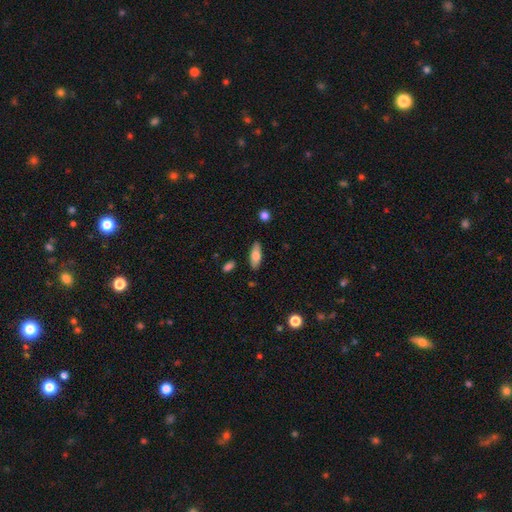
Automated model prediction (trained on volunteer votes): A smooth galaxy with no disk features (73%) that is in between round and cigar-shaped (71%).

Vote fractions:
- Smooth or featured? smooth: 73% / featured or disk: 20% / star or artifact: 7%
- How rounded? in between: 71% / cigar-shaped: 26% / round: 2%
- Merging? none: 86% / minor disturbance: 10% / major disturbance: 2% / merger: 2%